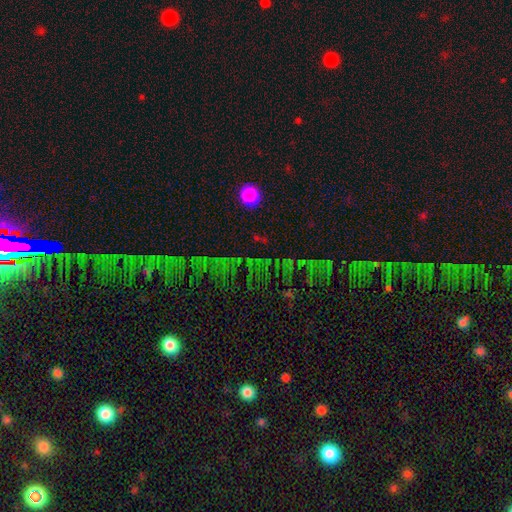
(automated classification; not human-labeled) Morphology: type=star or artifact (64%).